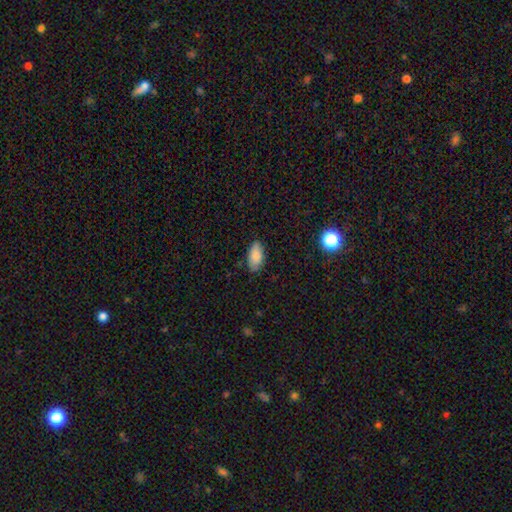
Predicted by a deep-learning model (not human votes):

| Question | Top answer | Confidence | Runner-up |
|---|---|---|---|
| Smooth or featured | smooth | 83% | featured or disk (10%) |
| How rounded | in between | 93% | cigar-shaped (4%) |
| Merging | none | 83% | minor disturbance (14%) |